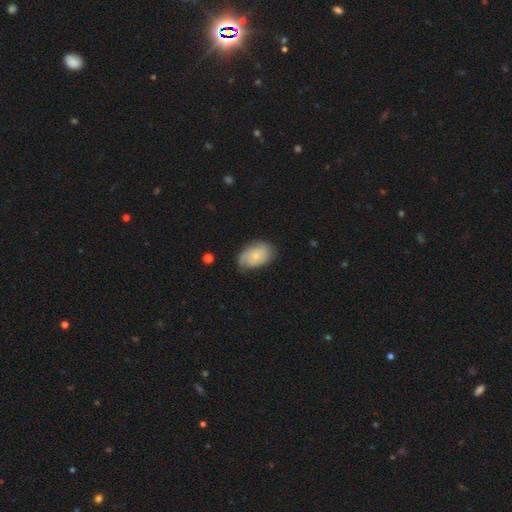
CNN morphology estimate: featured or disk 51%, smooth 42%, star or artifact 7%. Down the decision tree: edge-on disk — no (96%); merging — none (60%).